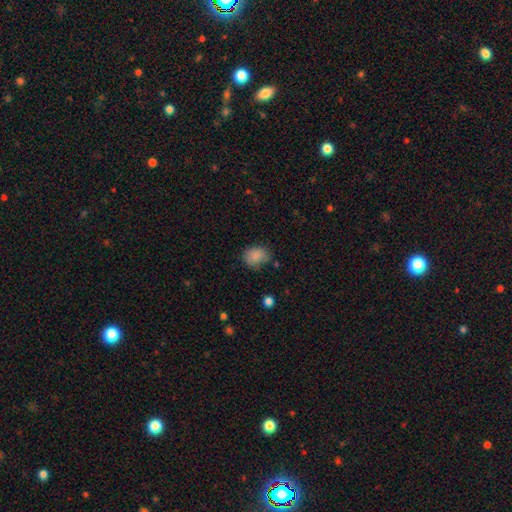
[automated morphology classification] smooth_or_featured: smooth (p=0.86) [alt: star or artifact p=0.09]
how_rounded: in between (p=0.56) [alt: round p=0.44]
merging: none (p=0.69) [alt: minor disturbance p=0.23]